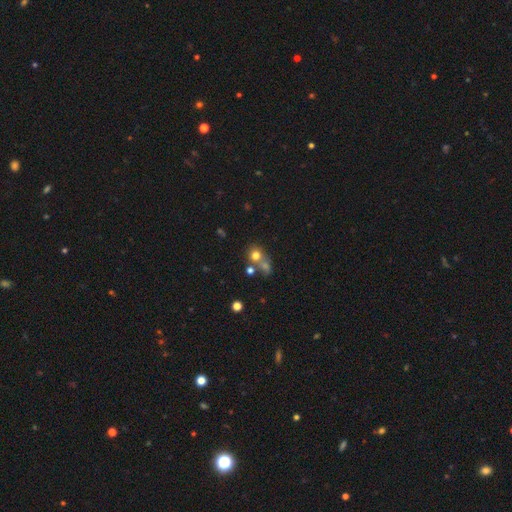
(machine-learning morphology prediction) The model was most divided on "merging": none: 44%, merger: 40%, minor disturbance: 10%, major disturbance: 7%. More confident: how rounded — round (79%); smooth or featured — smooth (70%).